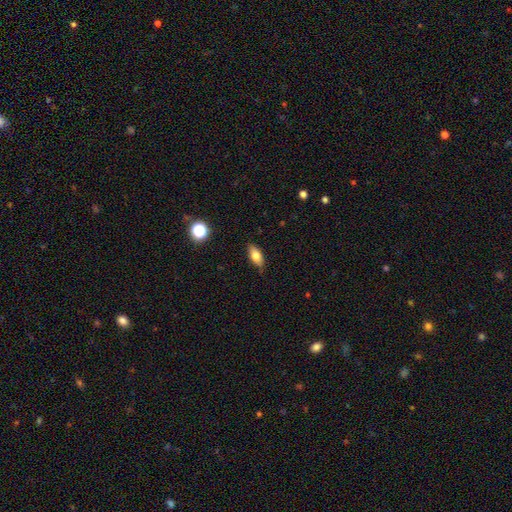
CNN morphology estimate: A smooth galaxy with no disk features (77%) that is in between round and cigar-shaped (84%).

Vote fractions:
- Smooth or featured? smooth: 77% / featured or disk: 15% / star or artifact: 8%
- How rounded? in between: 84% / cigar-shaped: 11% / round: 4%
- Merging? none: 82% / minor disturbance: 14% / major disturbance: 3% / merger: 1%